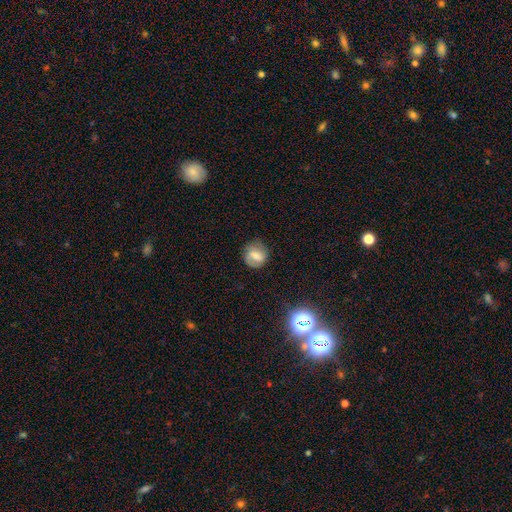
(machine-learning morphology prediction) Smooth or featured: smooth — 57% (featured or disk — 32%)
How rounded: round — 76% (in between — 22%)
Merging: none — 74% (minor disturbance — 18%)